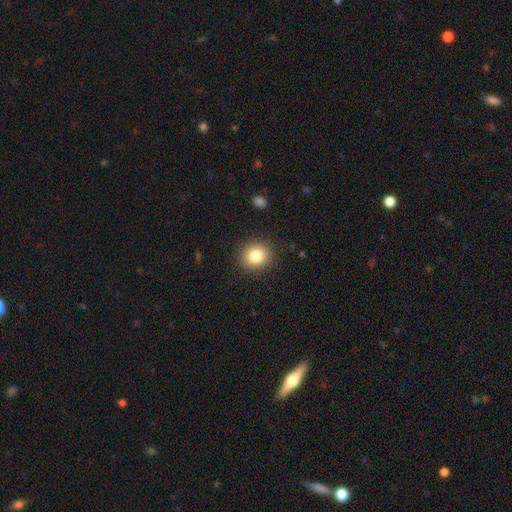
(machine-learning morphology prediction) This appears to be a smooth galaxy with no disk features (82%) that is round (78%). Merging: none (90%).